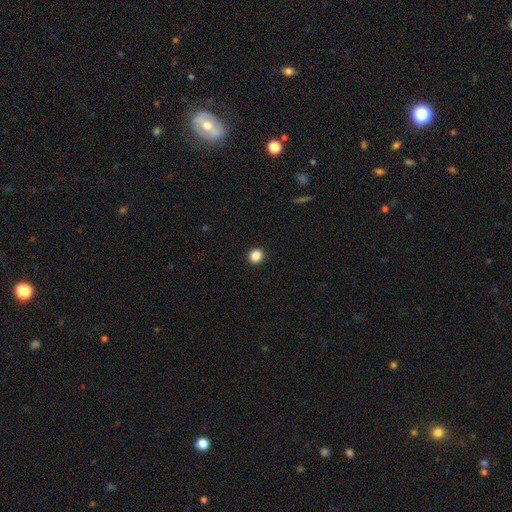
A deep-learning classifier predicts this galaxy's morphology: Smooth or featured? Predicted: smooth (p=0.86). How rounded? Predicted: round (p=0.83). Merging? Predicted: none (p=0.93).